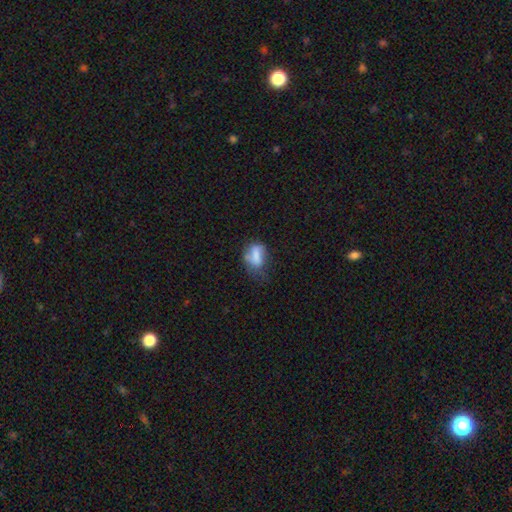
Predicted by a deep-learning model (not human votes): Smooth or featured?
  - smooth: 69% *
  - featured or disk: 21%
  - star or artifact: 10%
How rounded?
  - in between: 80% *
  - round: 14%
  - cigar-shaped: 6%
Merging?
  - minor disturbance: 35% *
  - none: 33%
  - major disturbance: 27%
  - merger: 6%